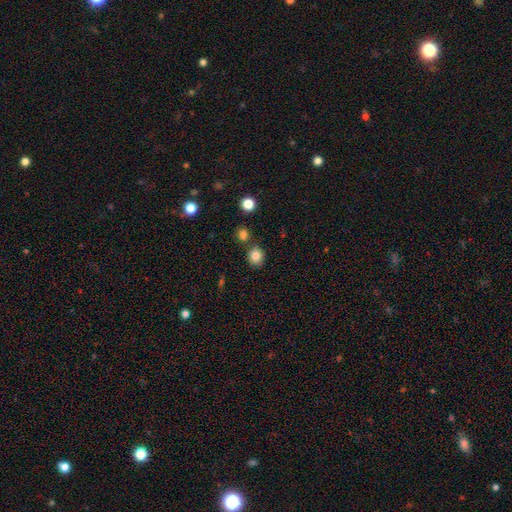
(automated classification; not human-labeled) Smooth or featured? smooth (82%)
How rounded? round (80%)
Merging? none (80%)